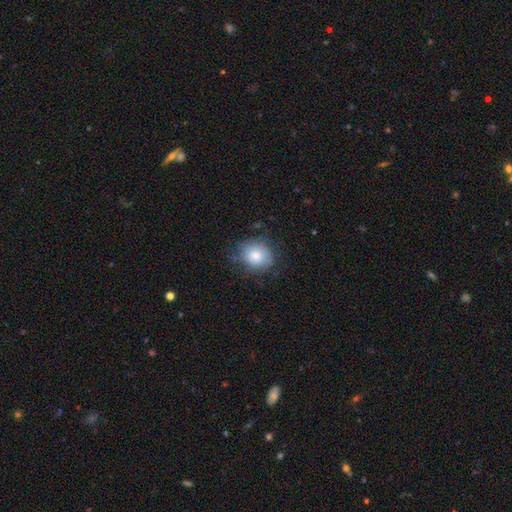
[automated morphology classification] type=smooth (78%); roundness=round (73%); merging=none (70%).